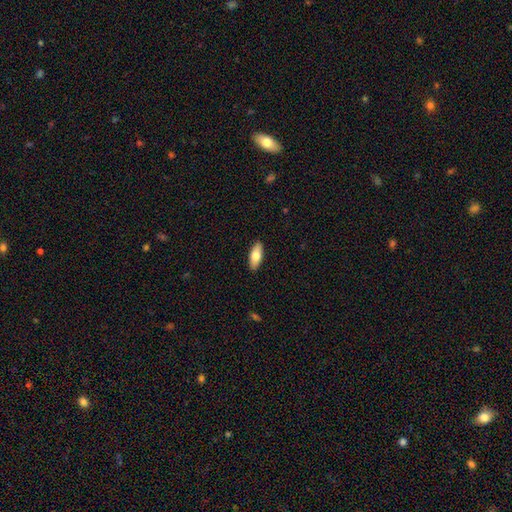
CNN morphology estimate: Q: Smooth or featured?
A: smooth (74%); runner-up: featured or disk (20%)
Q: How rounded?
A: in between (77%); runner-up: cigar-shaped (20%)
Q: Merging?
A: none (90%); runner-up: minor disturbance (8%)